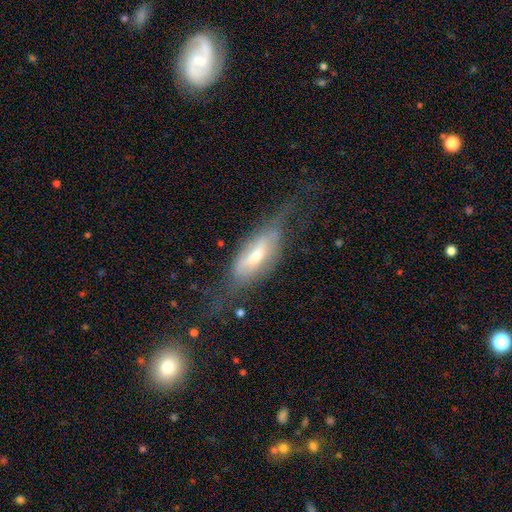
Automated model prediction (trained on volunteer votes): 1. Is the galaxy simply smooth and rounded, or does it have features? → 52% featured or disk, 41% smooth, 7% star or artifact.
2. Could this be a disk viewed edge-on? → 51% yes, 49% no.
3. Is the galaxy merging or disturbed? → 37% none, 33% major disturbance, 28% minor disturbance, 3% merger.